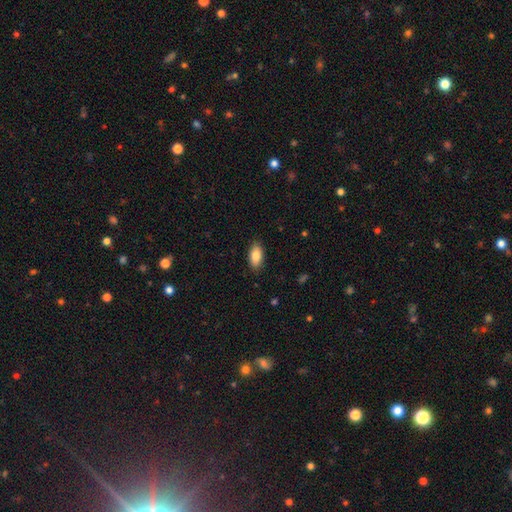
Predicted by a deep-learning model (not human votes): Smooth or featured? smooth (86%)
How rounded? in between (93%)
Merging? none (87%)